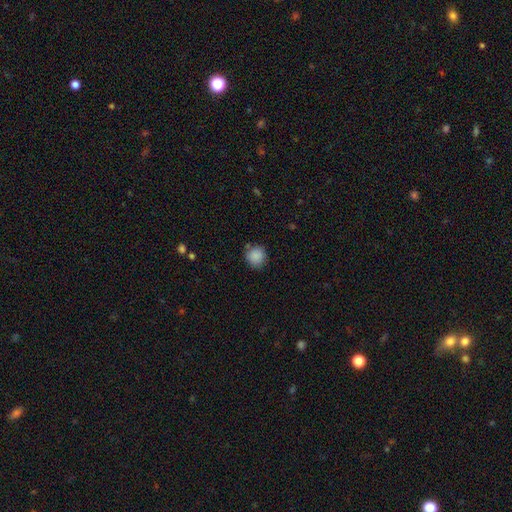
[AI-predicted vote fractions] Smooth or featured: smooth — 88% (star or artifact — 9%)
How rounded: round — 91% (in between — 8%)
Merging: none — 82% (minor disturbance — 12%)